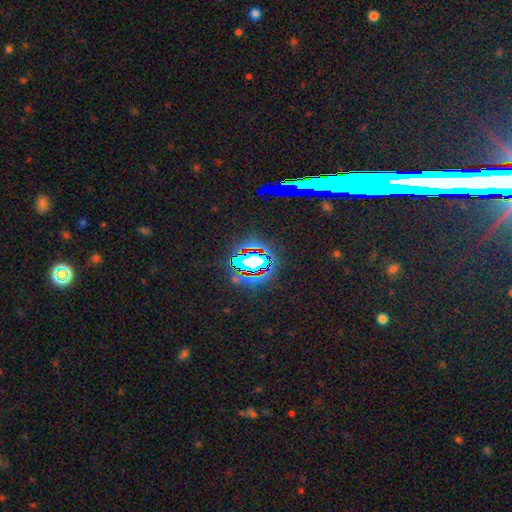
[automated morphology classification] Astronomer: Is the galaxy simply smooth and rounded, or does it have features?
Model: star or artifact — 65%.